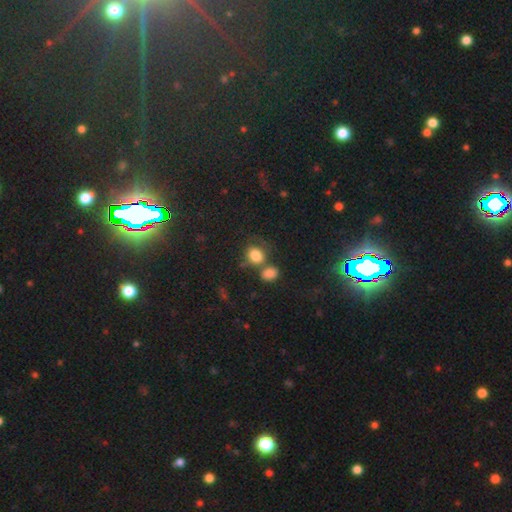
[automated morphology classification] This appears to be a smooth galaxy with no disk features (82%) that is round (51%). Merging: none (44%).